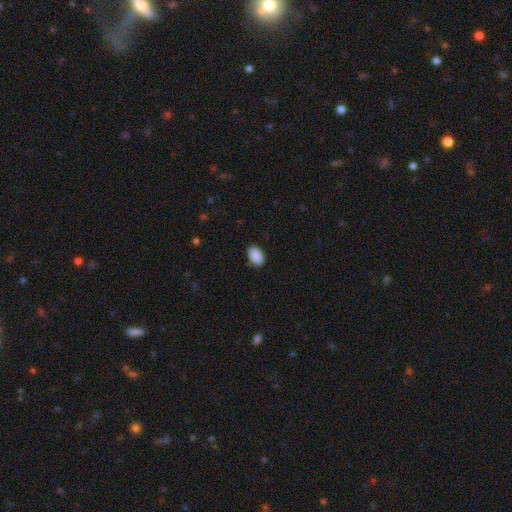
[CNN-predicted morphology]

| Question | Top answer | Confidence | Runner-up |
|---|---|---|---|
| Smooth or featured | smooth | 90% | star or artifact (7%) |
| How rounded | in between | 89% | round (10%) |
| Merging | none | 88% | minor disturbance (9%) |